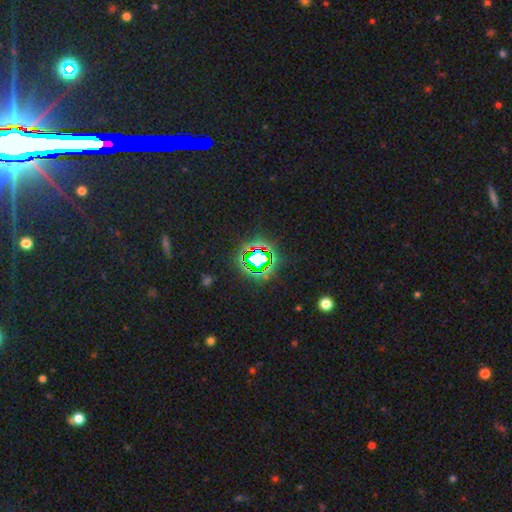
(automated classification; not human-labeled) The model was most divided on "smooth or featured": star or artifact: 73%, smooth: 16%, featured or disk: 12%.